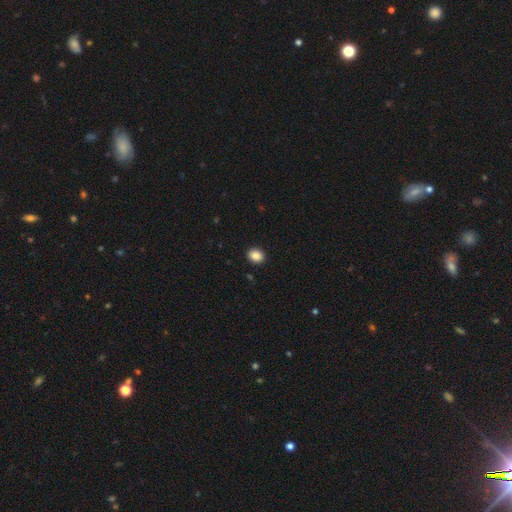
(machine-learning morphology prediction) smooth_or_featured: smooth (p=0.87) [alt: star or artifact p=0.09]
how_rounded: round (p=0.60) [alt: in between p=0.39]
merging: none (p=0.92) [alt: minor disturbance p=0.05]